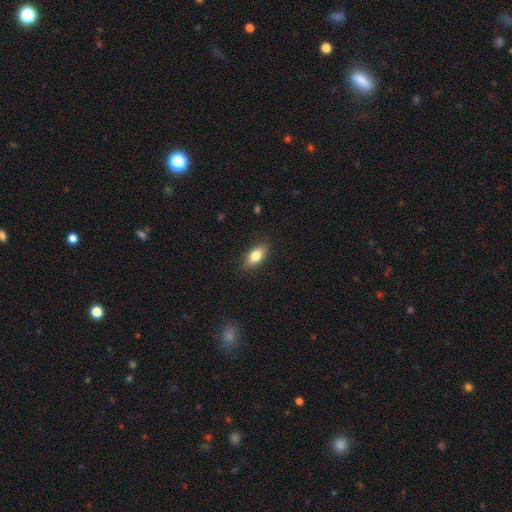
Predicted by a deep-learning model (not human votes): smooth-or-featured: smooth: 78% | featured or disk: 15% | star or artifact: 7%
  how-rounded: in between: 83% | cigar-shaped: 12% | round: 4%
  merging: none: 87% | minor disturbance: 9% | major disturbance: 2% | merger: 1%